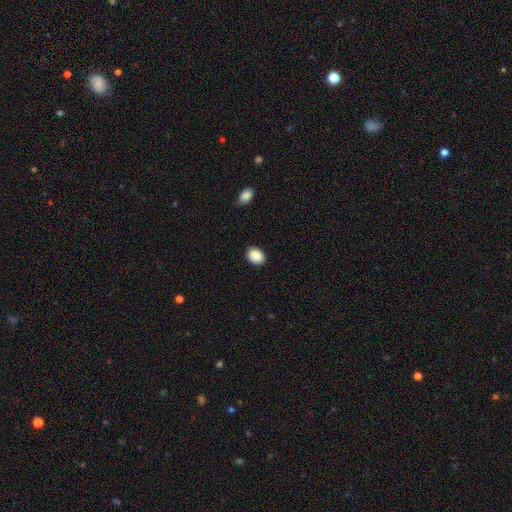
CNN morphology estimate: Q: Smooth or featured?
A: smooth (89%); runner-up: star or artifact (7%)
Q: How rounded?
A: in between (66%); runner-up: round (33%)
Q: Merging?
A: none (89%); runner-up: minor disturbance (8%)